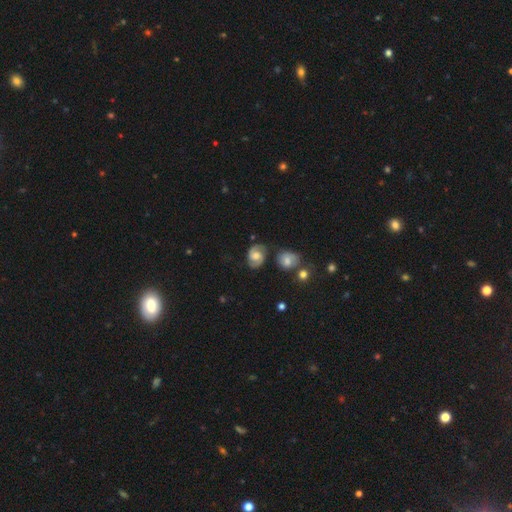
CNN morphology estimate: A featured or disk galaxy (74%) with no bar (53%), 2 (91%) medium (52%) spiral arms (94%) and a moderate central bulge (59%).

Vote fractions:
- Smooth or featured? featured or disk: 74% / smooth: 19% / star or artifact: 7%
- Edge-on disk? no: 97% / yes: 3%
- Bar? no: 53% / weak: 39% / strong: 8%
- Spiral arms? yes: 94% / no: 6%
- Spiral winding? medium: 52% / tight: 32% / loose: 17%
- Spiral arm count? 2: 91% / can't tell: 4% / 1: 2% / 3: 1% / 4: 1% / more than 4: 1%
- Bulge size? moderate: 59% / large: 18% / small: 16% / none: 6% / dominant: 2%
- Merging? none: 75% / minor disturbance: 15% / merger: 5% / major disturbance: 5%